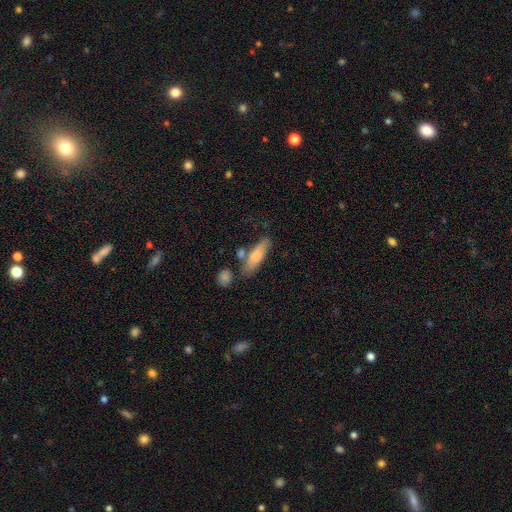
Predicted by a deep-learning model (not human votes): Overall: smooth (74%). How rounded: cigar-shaped (50%; in between 48%). Merging: none (65%).